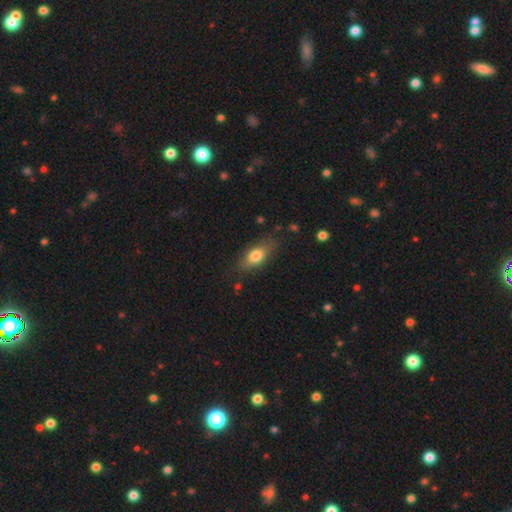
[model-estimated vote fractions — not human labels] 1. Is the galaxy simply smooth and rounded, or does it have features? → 77% smooth, 16% featured or disk, 7% star or artifact.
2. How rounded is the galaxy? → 81% in between, 13% cigar-shaped, 7% round.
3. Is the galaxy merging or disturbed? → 75% none, 18% minor disturbance, 5% major disturbance, 2% merger.